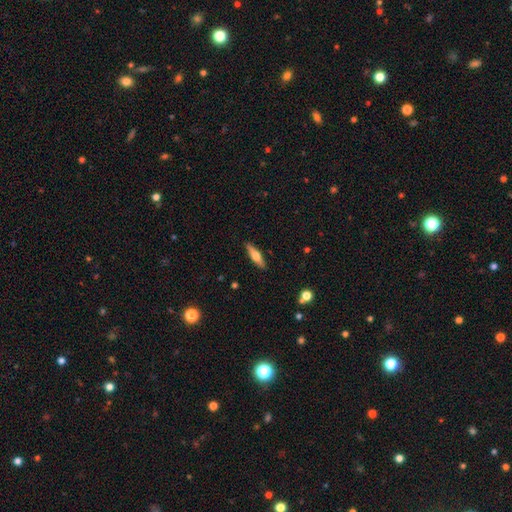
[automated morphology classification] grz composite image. It shows a smooth galaxy with no disk features (49%). Merging: none (89%).